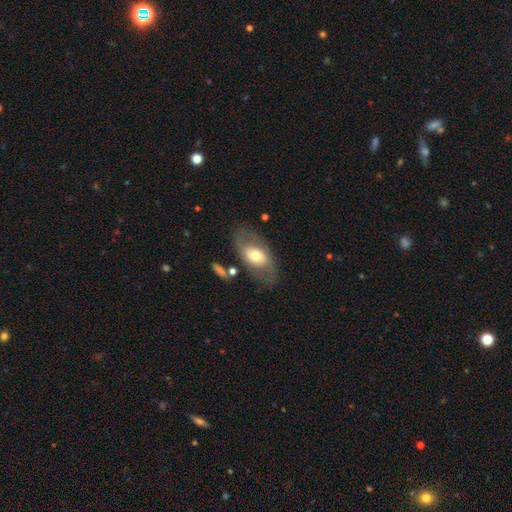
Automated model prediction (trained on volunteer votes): smooth-or-featured: featured or disk: 48% | smooth: 46% | star or artifact: 7%
  merging: none: 71% | minor disturbance: 16% | major disturbance: 10% | merger: 4%